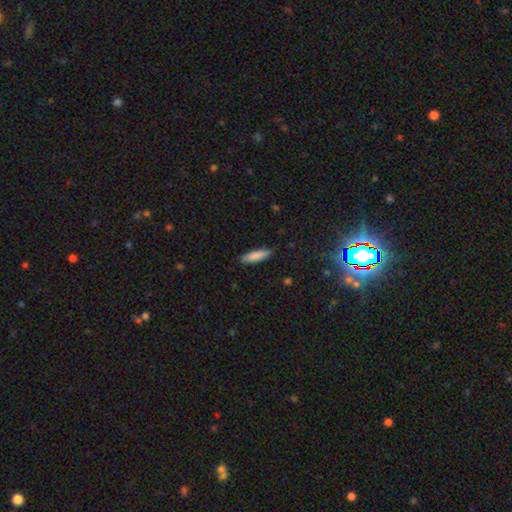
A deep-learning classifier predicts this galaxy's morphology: This is clearly a smooth galaxy (86%). How rounded: likely cigar-shaped (68%). Merging: clearly none (87%).